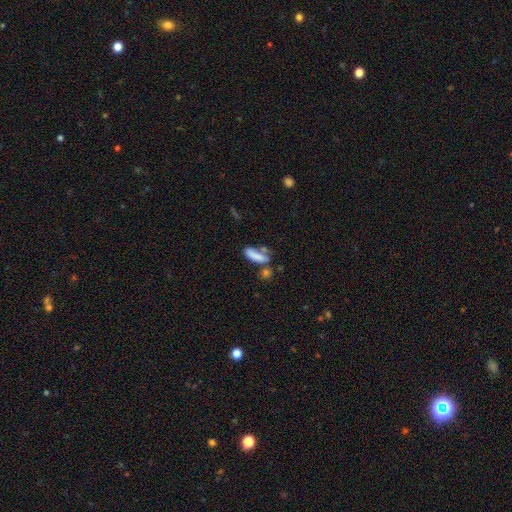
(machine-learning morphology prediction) smooth_or_featured: smooth (p=0.79) [alt: featured or disk p=0.12]
how_rounded: in between (p=0.53) [alt: cigar-shaped p=0.44]
merging: none (p=0.41) [alt: merger p=0.27]